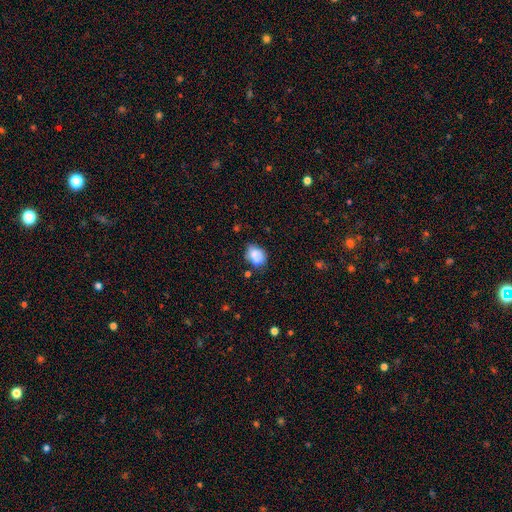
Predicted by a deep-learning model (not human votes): smooth-or-featured: smooth: 75% | featured or disk: 16% | star or artifact: 10%
  how-rounded: in between: 59% | round: 40% | cigar-shaped: 1%
  merging: none: 57% | minor disturbance: 26% | merger: 10% | major disturbance: 7%